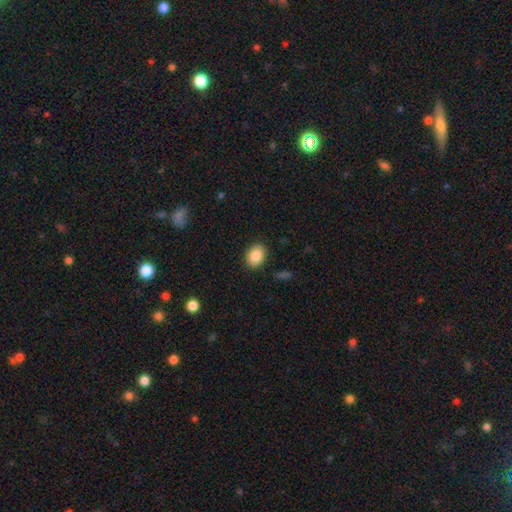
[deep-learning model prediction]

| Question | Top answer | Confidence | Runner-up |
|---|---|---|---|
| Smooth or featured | smooth | 86% | star or artifact (8%) |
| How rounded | in between | 63% | round (36%) |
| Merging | none | 89% | minor disturbance (8%) |